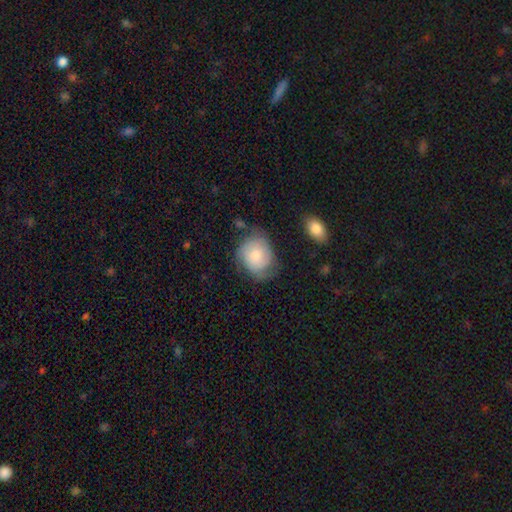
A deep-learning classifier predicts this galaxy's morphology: A smooth galaxy with no disk features (49%).

Vote fractions:
- Smooth or featured? smooth: 49% / featured or disk: 44% / star or artifact: 7%
- Merging? none: 53% / minor disturbance: 30% / major disturbance: 14% / merger: 3%